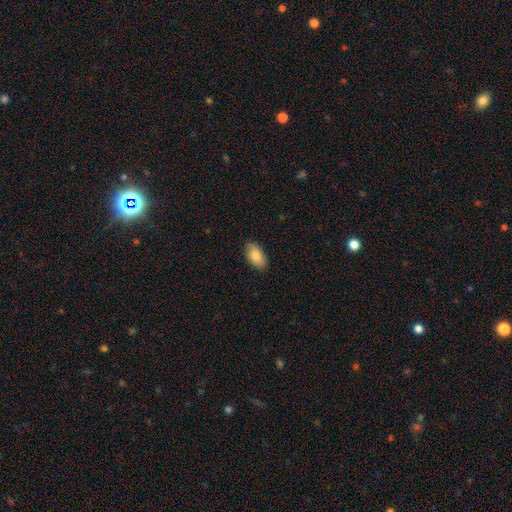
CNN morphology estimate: A smooth galaxy with no disk features (84%) that is in between round and cigar-shaped (94%). Merging: none (86%).